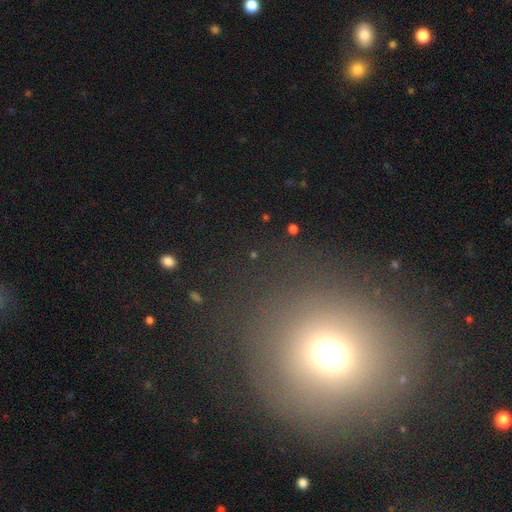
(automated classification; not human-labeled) The model was most divided on "smooth or featured": smooth: 51%, star or artifact: 34%, featured or disk: 15%. More confident: how rounded — round (88%); merging — none (80%).